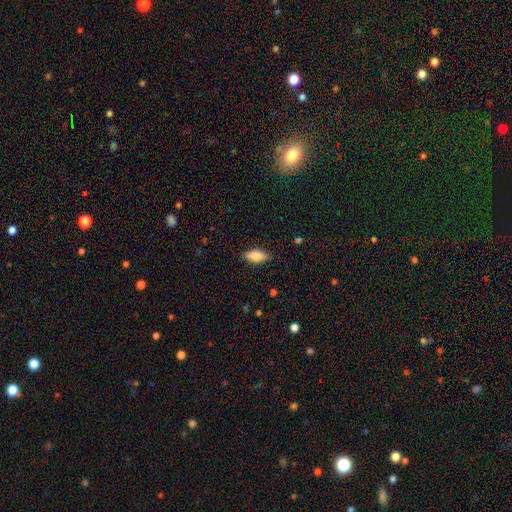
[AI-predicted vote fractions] Smooth or featured? smooth (78%)
How rounded? in between (83%)
Merging? none (85%)